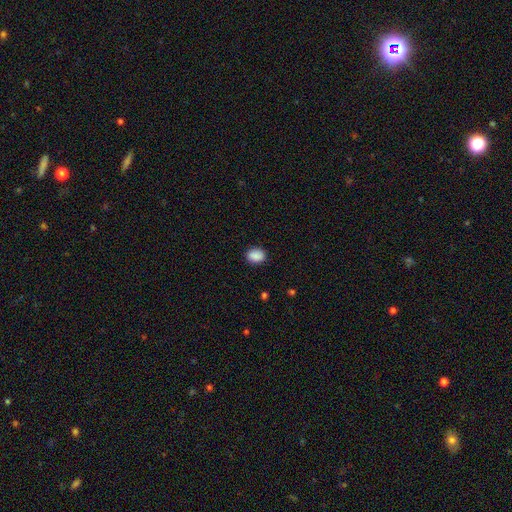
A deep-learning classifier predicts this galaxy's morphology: Smooth or featured? Predicted: smooth (p=0.89). How rounded? Predicted: in between (p=0.60). Merging? Predicted: none (p=0.87).